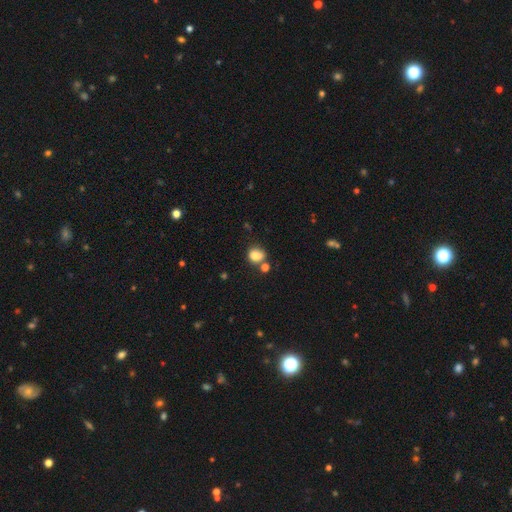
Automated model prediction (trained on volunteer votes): Smooth or featured?
  - smooth: 83% *
  - star or artifact: 11%
  - featured or disk: 6%
How rounded?
  - round: 60% *
  - in between: 39%
  - cigar-shaped: 1%
Merging?
  - none: 57% *
  - merger: 20%
  - minor disturbance: 17%
  - major disturbance: 6%